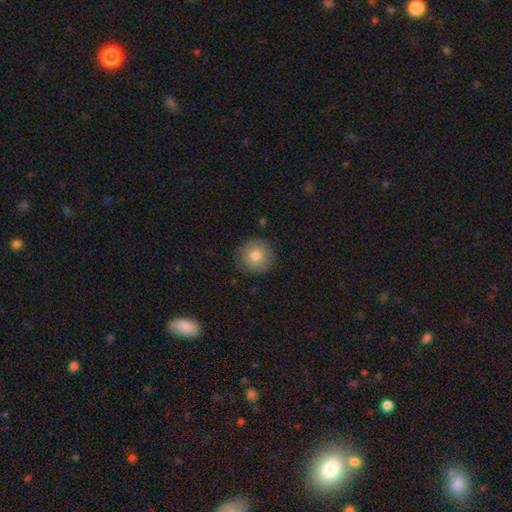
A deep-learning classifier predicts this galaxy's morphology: Q: Smooth or featured?
A: smooth (82%); runner-up: featured or disk (10%)
Q: How rounded?
A: round (94%); runner-up: in between (5%)
Q: Merging?
A: none (88%); runner-up: minor disturbance (8%)